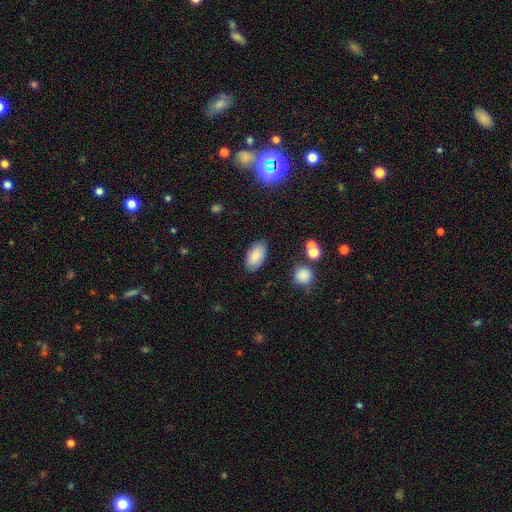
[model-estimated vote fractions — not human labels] This is clearly a smooth galaxy (82%). How rounded: clearly in between (94%). Merging: clearly none (83%).